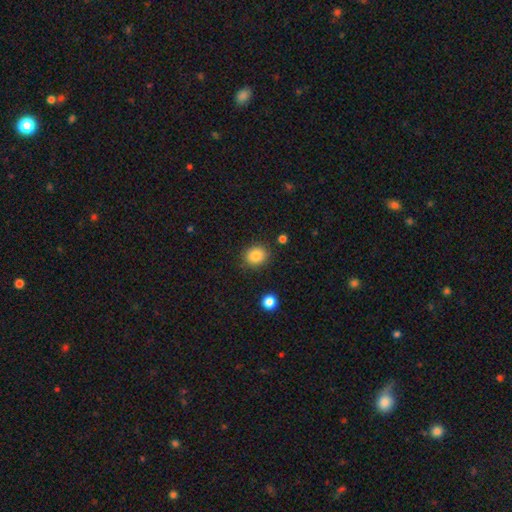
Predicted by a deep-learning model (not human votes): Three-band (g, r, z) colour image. It shows a smooth galaxy with no disk features (85%) that is round (73%). Merging: none (86%).